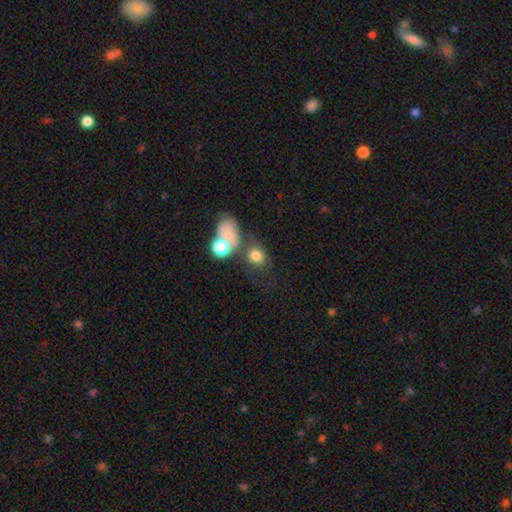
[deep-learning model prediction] Overall: smooth (75%). How rounded: round (62%; in between 37%). Merging: none (47%; merger 27%).